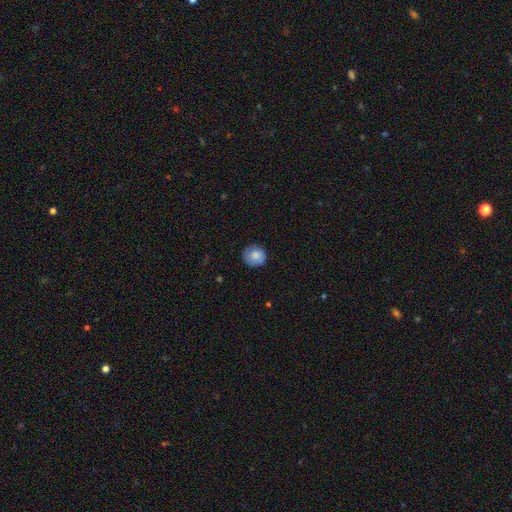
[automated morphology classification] A smooth galaxy with no disk features (75%) that is round (87%). Merging: none (78%).